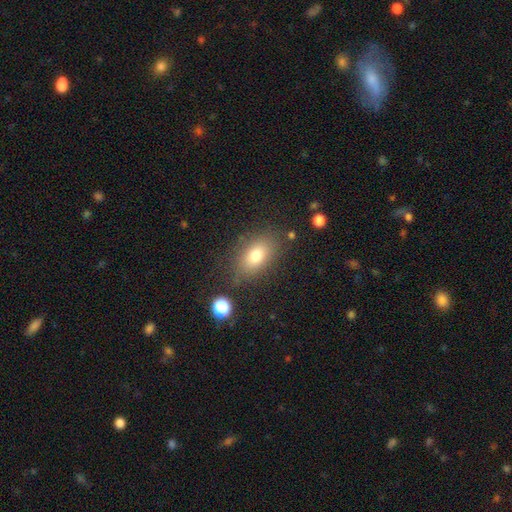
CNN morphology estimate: A smooth galaxy with no disk features (77%) that is in between round and cigar-shaped (85%).

Vote fractions:
- Smooth or featured? smooth: 77% / featured or disk: 12% / star or artifact: 11%
- How rounded? in between: 85% / round: 12% / cigar-shaped: 3%
- Merging? none: 79% / minor disturbance: 13% / major disturbance: 5% / merger: 3%